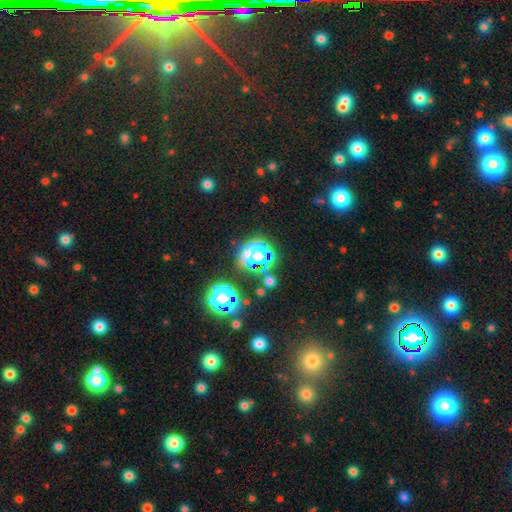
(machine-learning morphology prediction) This is possibly a star or artifact rather than a galaxy (48%).